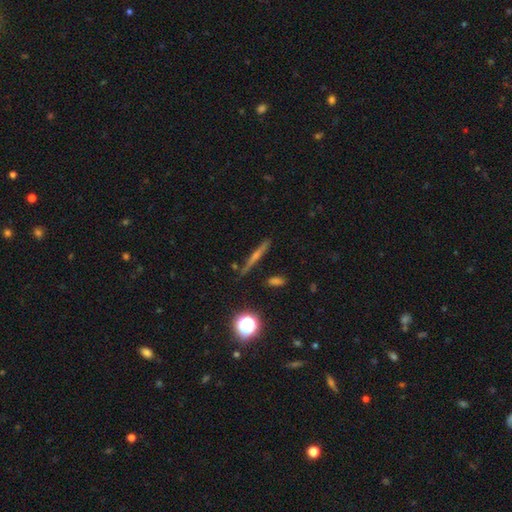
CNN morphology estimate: A featured or disk galaxy (58%) viewed edge-on (96%) with a rounded central bulge (62%).

Vote fractions:
- Smooth or featured? featured or disk: 58% / smooth: 28% / star or artifact: 15%
- Edge-on disk? yes: 96% / no: 4%
- Edge-on bulge? rounded: 62% / none: 31% / boxy: 8%
- Merging? none: 89% / minor disturbance: 7% / merger: 2% / major disturbance: 2%